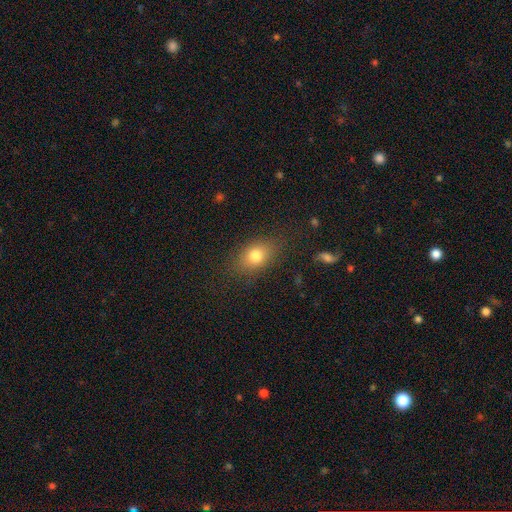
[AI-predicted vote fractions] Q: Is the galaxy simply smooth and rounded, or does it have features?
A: smooth — 78%.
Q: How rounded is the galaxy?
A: in between — 73%.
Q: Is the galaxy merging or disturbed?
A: none — 80%.